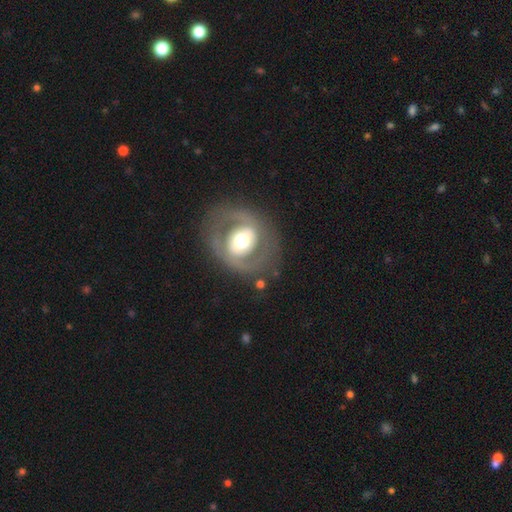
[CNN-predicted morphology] Smooth or featured? Predicted: featured or disk (p=0.72). Edge-on disk? Predicted: no (p=0.96). Bar? Predicted: no (p=0.48). Spiral arms? Predicted: yes (p=0.51). Bulge size? Predicted: moderate (p=0.58). Merging? Predicted: none (p=0.75).